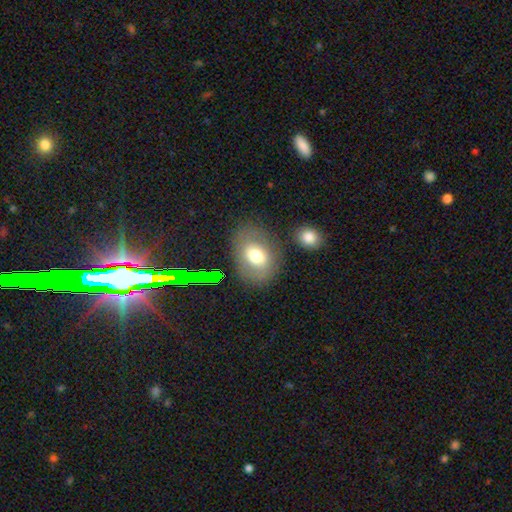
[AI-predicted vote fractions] Overall: smooth (67%). How rounded: in between (67%; round 32%). Merging: none (75%).